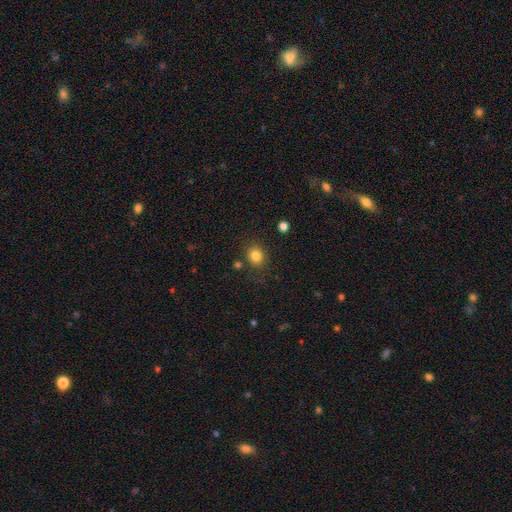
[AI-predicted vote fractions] Smooth or featured: smooth — 82% (star or artifact — 12%)
How rounded: round — 68% (in between — 31%)
Merging: none — 82% (minor disturbance — 11%)